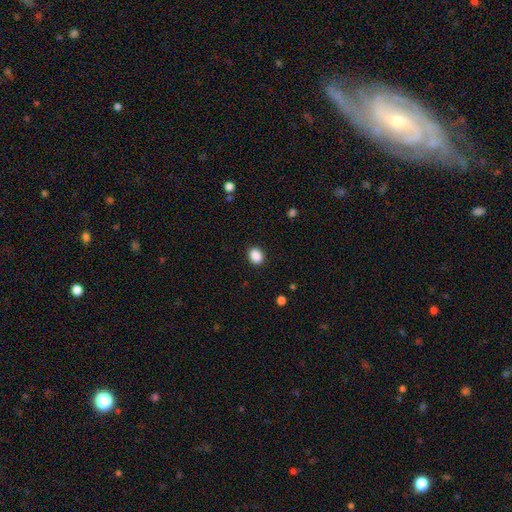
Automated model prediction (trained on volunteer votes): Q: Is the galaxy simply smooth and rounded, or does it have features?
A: smooth — 89%.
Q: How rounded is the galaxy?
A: round — 53%.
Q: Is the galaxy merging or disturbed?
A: none — 89%.